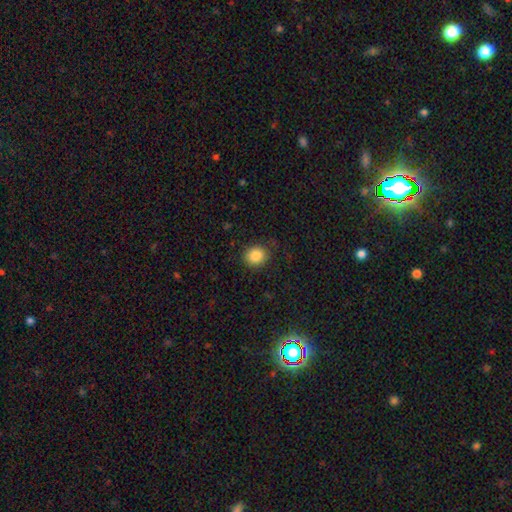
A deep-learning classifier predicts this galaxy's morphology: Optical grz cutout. It shows a smooth galaxy with no disk features (86%) that is round (77%). Merging: none (86%).